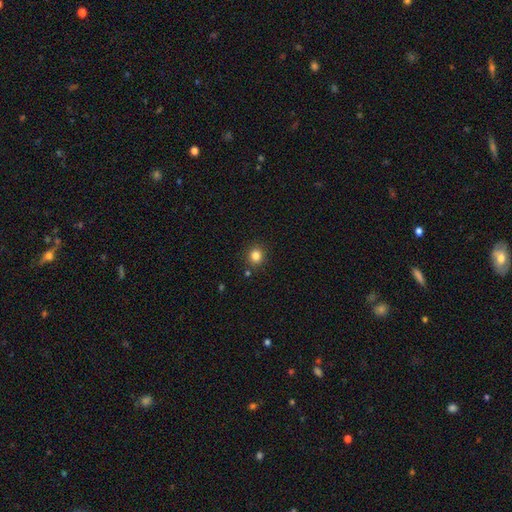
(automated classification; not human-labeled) Smooth or featured? smooth (83%)
How rounded? round (88%)
Merging? none (88%)